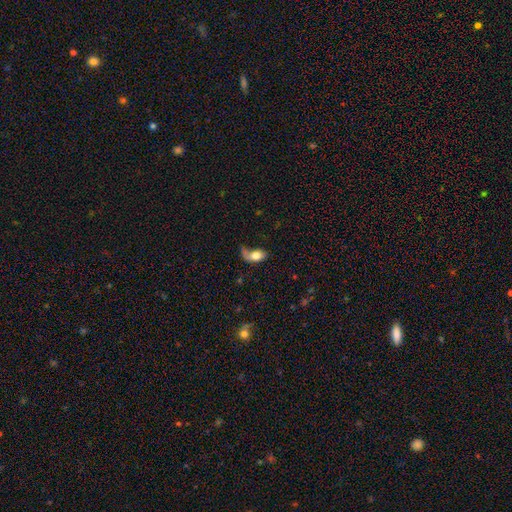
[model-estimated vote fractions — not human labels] smooth 71%, featured or disk 21%, star or artifact 8%. Down the decision tree: how rounded — in between (86%); merging — none (33%).